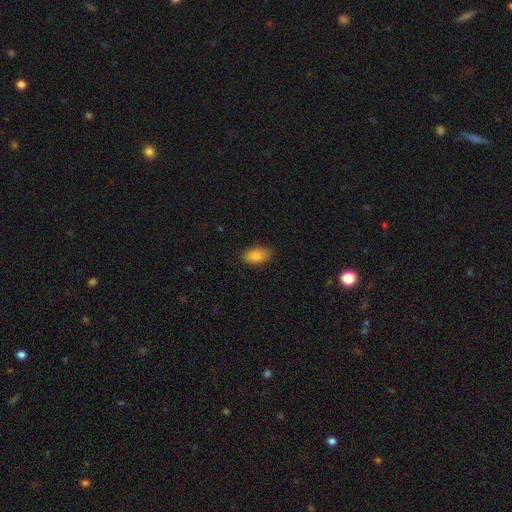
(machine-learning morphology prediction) Smooth or featured? Predicted: smooth (p=0.84). How rounded? Predicted: in between (p=0.92). Merging? Predicted: none (p=0.84).